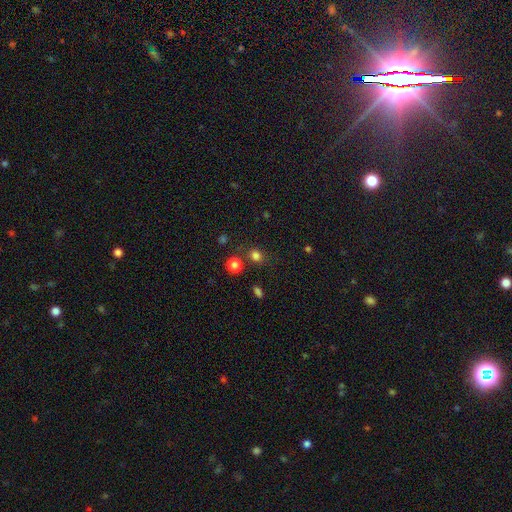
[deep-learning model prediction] Overall: smooth (78%). How rounded: round (73%). Merging: none (75%).